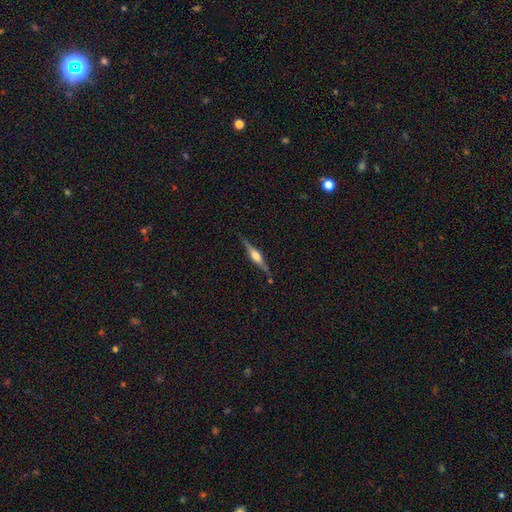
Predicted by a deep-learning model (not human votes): This is likely a featured or disk galaxy (78%). It is clearly viewed edge-on (98%). Edge-on bulge: clearly rounded (88%). Merging: clearly none (87%).